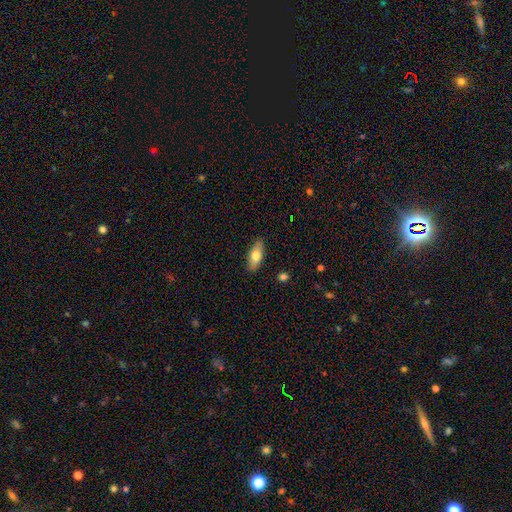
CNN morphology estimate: smooth_or_featured: smooth (p=0.72) [alt: featured or disk p=0.22]
how_rounded: in between (p=0.78) [alt: cigar-shaped p=0.19]
merging: none (p=0.88) [alt: minor disturbance p=0.09]